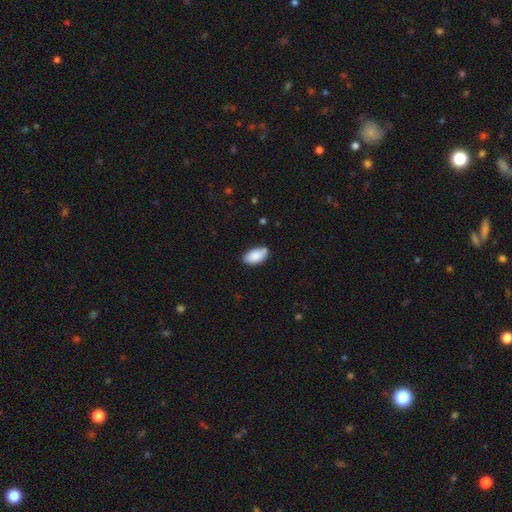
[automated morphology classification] This appears to be a smooth galaxy with no disk features (87%) that is in between round and cigar-shaped (95%). Merging: none (74%).